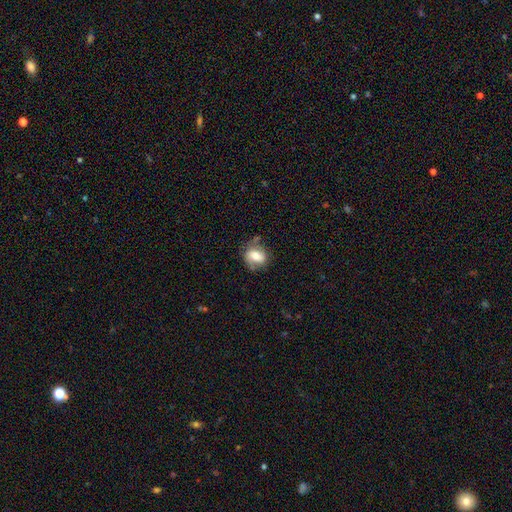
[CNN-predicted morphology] smooth 69%, featured or disk 22%, star or artifact 9%. Down the decision tree: how rounded — round (54%); merging — none (66%).